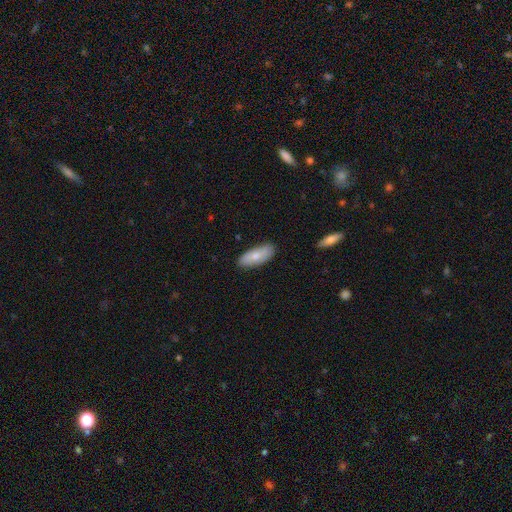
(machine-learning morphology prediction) This is likely a smooth galaxy (69%). How rounded: clearly in between (83%). Merging: clearly none (84%).